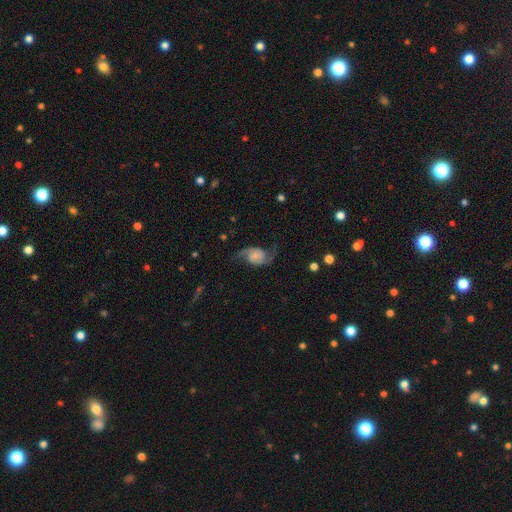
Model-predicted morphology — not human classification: A featured or disk galaxy (84%) with no bar (59%), 2 (94%) loose (65%) spiral arms (97%) and a small central bulge (42%).

Vote fractions:
- Smooth or featured? featured or disk: 84% / smooth: 9% / star or artifact: 6%
- Edge-on disk? no: 98% / yes: 2%
- Bar? no: 59% / weak: 31% / strong: 10%
- Spiral arms? yes: 97% / no: 3%
- Spiral winding? loose: 65% / medium: 29% / tight: 7%
- Spiral arm count? 2: 94% / can't tell: 1% / 1: 1% / 3: 1% / 4: 1% / more than 4: 1%
- Bulge size? small: 42% / none: 30% / moderate: 15% / large: 8% / dominant: 5%
- Merging? none: 74% / minor disturbance: 15% / major disturbance: 9% / merger: 2%